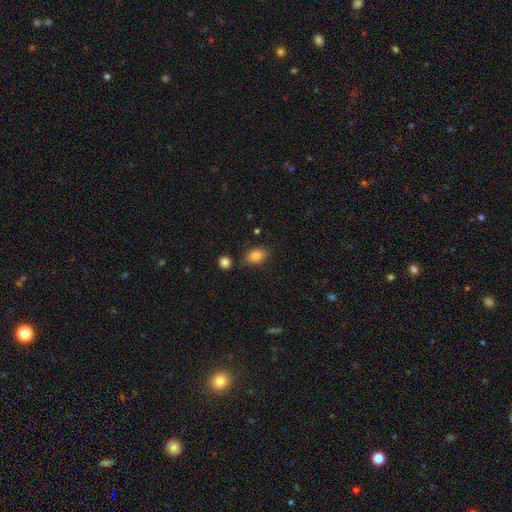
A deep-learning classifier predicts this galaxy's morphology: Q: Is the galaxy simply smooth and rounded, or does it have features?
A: smooth — 84%.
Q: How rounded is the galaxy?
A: in between — 79%.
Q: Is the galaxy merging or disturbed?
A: none — 76%.